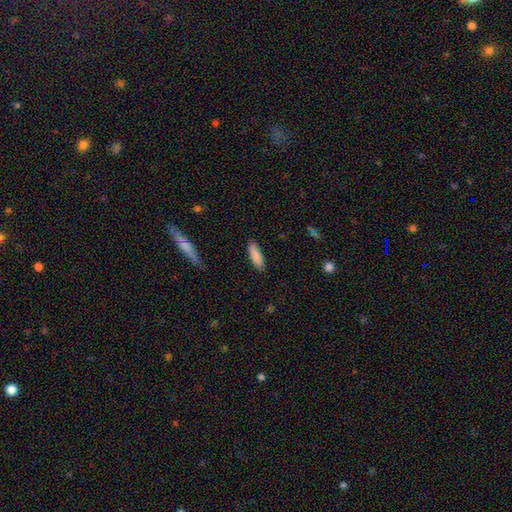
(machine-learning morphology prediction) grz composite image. It shows a smooth galaxy with no disk features (88%) that is in between round and cigar-shaped (54%). Merging: none (86%).